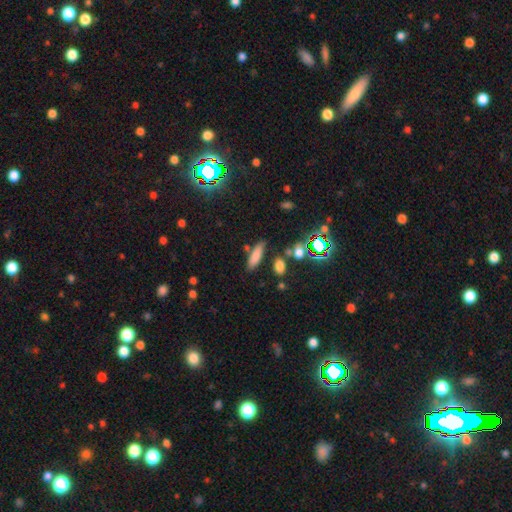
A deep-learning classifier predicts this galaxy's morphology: Smooth or featured? Predicted: smooth (p=0.76). How rounded? Predicted: cigar-shaped (p=0.53). Merging? Predicted: none (p=0.78).